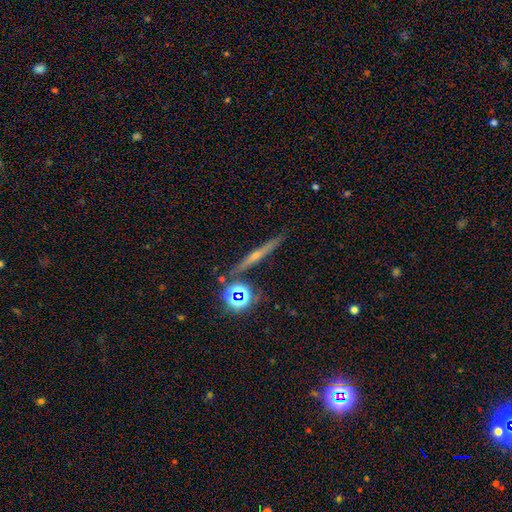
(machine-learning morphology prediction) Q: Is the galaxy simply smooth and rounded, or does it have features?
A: featured or disk — 61%.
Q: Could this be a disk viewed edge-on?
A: yes — 96%.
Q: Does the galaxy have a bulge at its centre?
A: rounded — 76%.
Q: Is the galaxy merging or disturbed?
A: none — 88%.